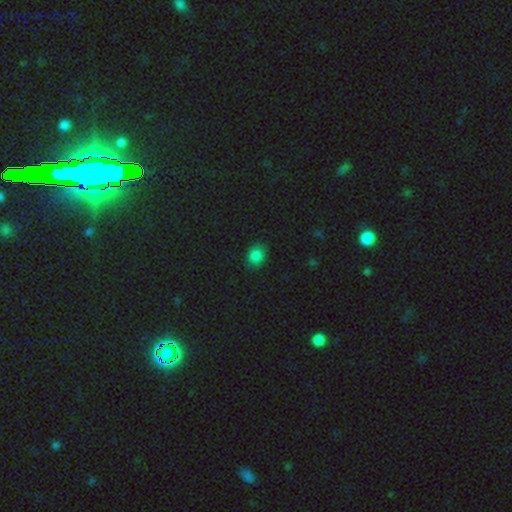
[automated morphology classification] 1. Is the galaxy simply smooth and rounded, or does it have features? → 82% smooth, 14% star or artifact, 4% featured or disk.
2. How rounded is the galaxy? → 55% in between, 44% round, 1% cigar-shaped.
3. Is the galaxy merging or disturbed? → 84% none, 12% minor disturbance, 2% major disturbance, 1% merger.